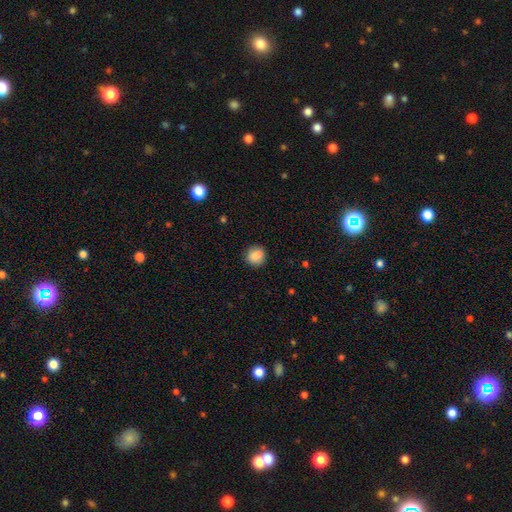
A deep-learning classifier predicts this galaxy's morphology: Overall: smooth (86%). How rounded: round (78%). Merging: none (86%).